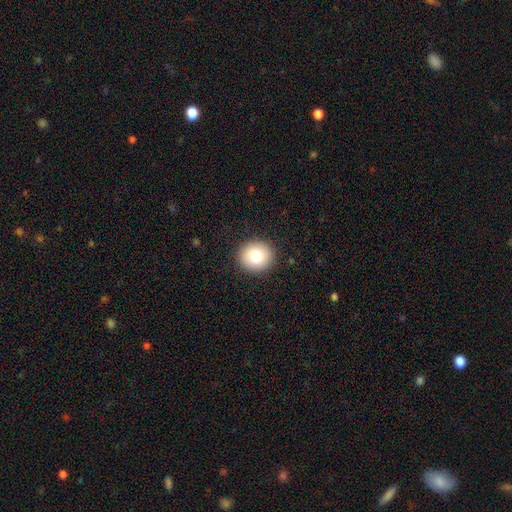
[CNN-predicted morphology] Smooth or featured: smooth — 80% (featured or disk — 11%)
How rounded: round — 84% (in between — 15%)
Merging: none — 91% (minor disturbance — 6%)